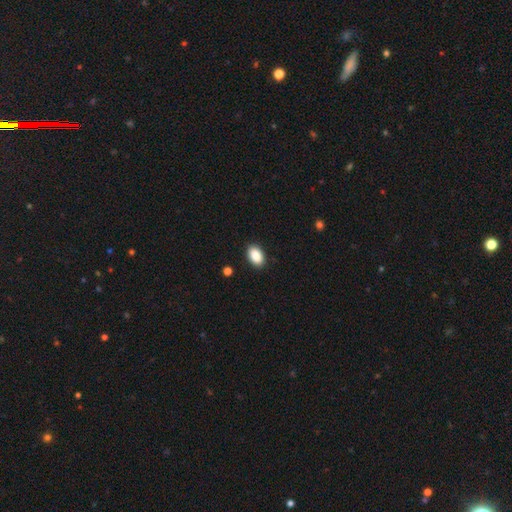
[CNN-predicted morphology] smooth-or-featured: smooth: 90% | star or artifact: 7% | featured or disk: 3%
  how-rounded: in between: 90% | round: 8% | cigar-shaped: 1%
  merging: none: 90% | minor disturbance: 7% | major disturbance: 2% | merger: 1%